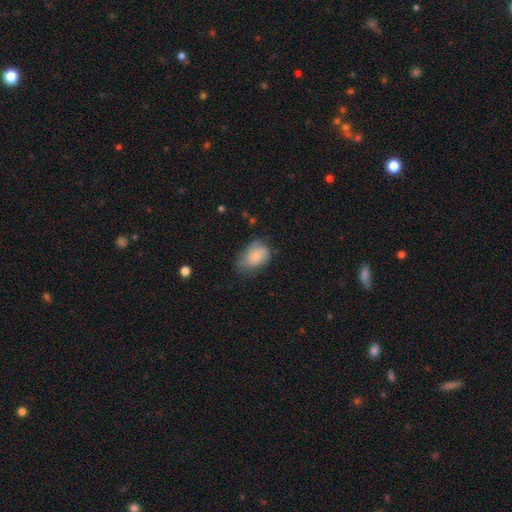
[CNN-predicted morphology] Overall: smooth (74%). How rounded: in between (80%). Merging: none (48%; minor disturbance 37%).